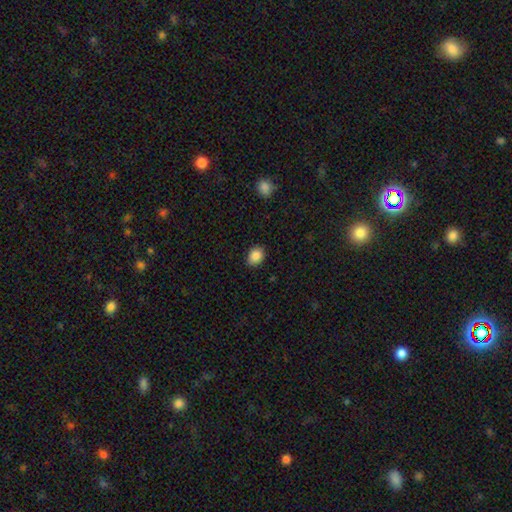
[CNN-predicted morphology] type=smooth (87%); roundness=in between (51%); merging=none (86%).